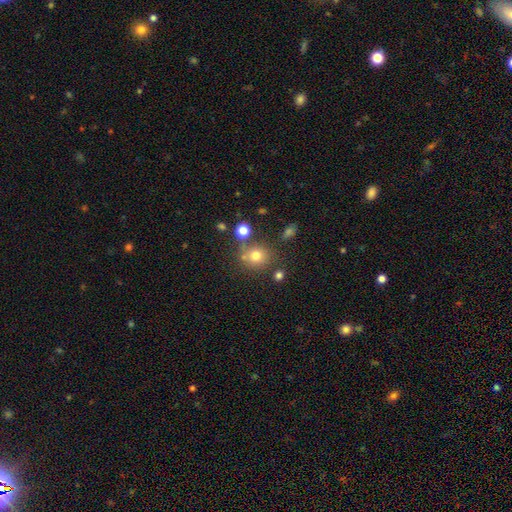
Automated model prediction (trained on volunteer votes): A smooth galaxy with no disk features (74%) that is round (84%). Merging: none (65%).